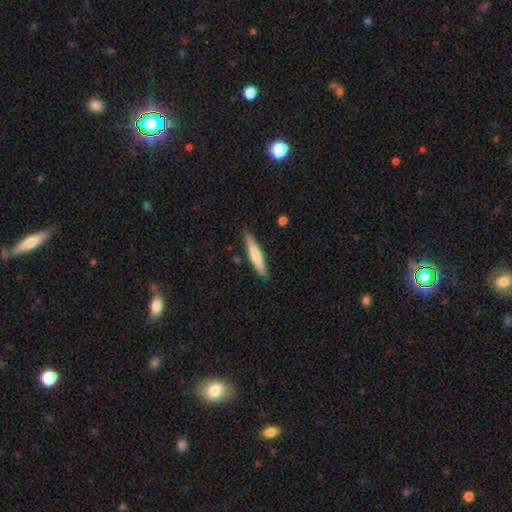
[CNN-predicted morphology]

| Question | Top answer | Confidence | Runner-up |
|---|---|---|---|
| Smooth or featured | smooth | 69% | featured or disk (26%) |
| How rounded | cigar-shaped | 90% | in between (9%) |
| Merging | none | 85% | minor disturbance (11%) |